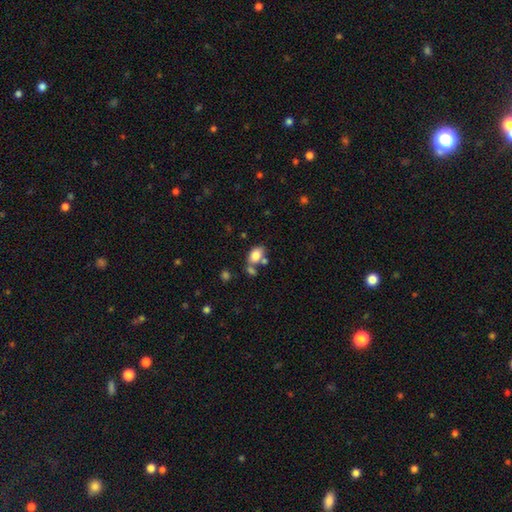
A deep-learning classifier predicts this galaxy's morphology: A smooth galaxy with no disk features (81%) that is in between round and cigar-shaped (86%).

Vote fractions:
- Smooth or featured? smooth: 81% / featured or disk: 10% / star or artifact: 9%
- How rounded? in between: 86% / round: 12% / cigar-shaped: 1%
- Merging? none: 51% / merger: 28% / minor disturbance: 15% / major disturbance: 6%